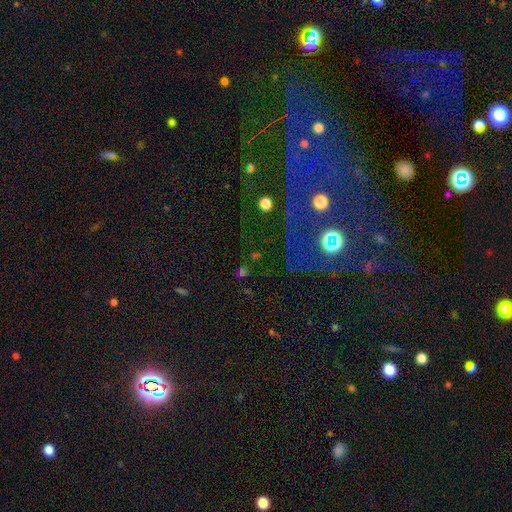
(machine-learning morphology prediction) This is possibly a star or artifact rather than a galaxy (58%).